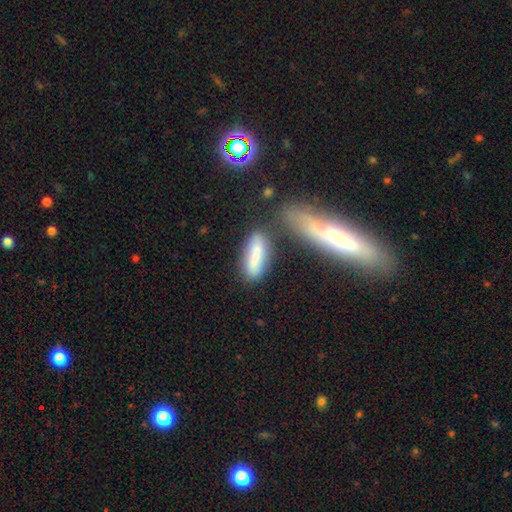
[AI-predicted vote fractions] Morphology: type=smooth (71%); roundness=cigar-shaped (53%); merging=none (53%).